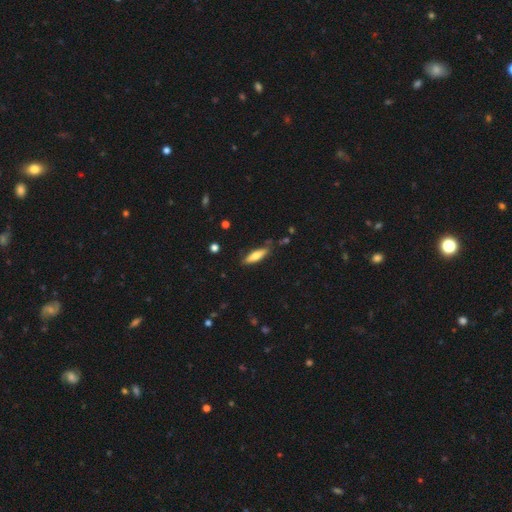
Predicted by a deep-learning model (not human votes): Morphology: type=smooth (70%); roundness=cigar-shaped (59%); merging=none (81%).